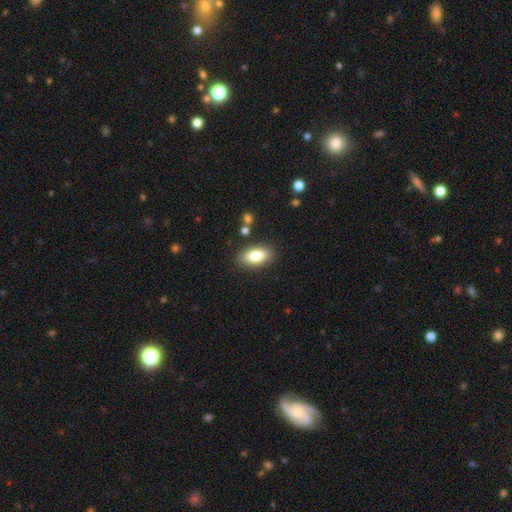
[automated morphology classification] A smooth galaxy with no disk features (82%) that is in between round and cigar-shaped (88%).

Vote fractions:
- Smooth or featured? smooth: 82% / featured or disk: 11% / star or artifact: 7%
- How rounded? in between: 88% / cigar-shaped: 8% / round: 4%
- Merging? none: 85% / minor disturbance: 10% / major disturbance: 3% / merger: 3%